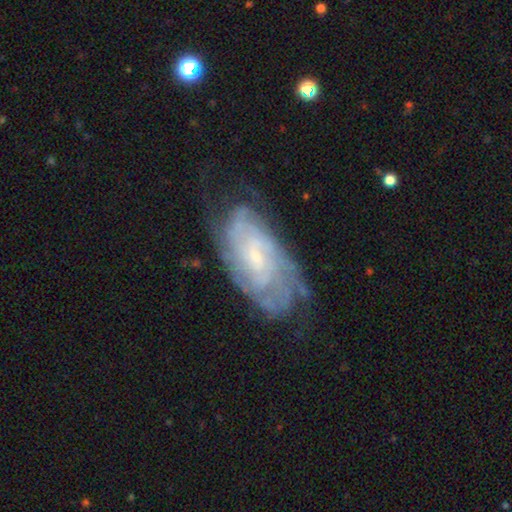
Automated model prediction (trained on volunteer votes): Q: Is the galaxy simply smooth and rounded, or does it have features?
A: featured or disk — 79%.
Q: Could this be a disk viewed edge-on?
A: no — 94%.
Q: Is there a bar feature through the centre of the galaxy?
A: no — 56%.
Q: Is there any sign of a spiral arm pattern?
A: yes — 91%.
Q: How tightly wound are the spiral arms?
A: tight — 69%.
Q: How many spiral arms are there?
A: can't tell — 52%.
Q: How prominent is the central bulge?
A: small — 71%.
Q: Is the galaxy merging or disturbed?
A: none — 65%.